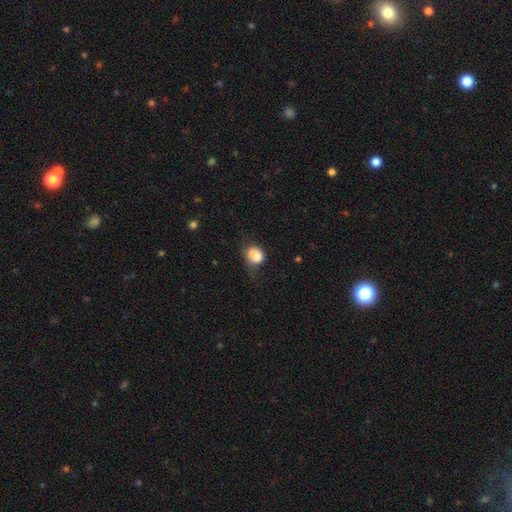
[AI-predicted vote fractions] Q: Smooth or featured?
A: smooth (82%); runner-up: featured or disk (9%)
Q: How rounded?
A: round (52%); runner-up: in between (46%)
Q: Merging?
A: none (41%); runner-up: minor disturbance (37%)